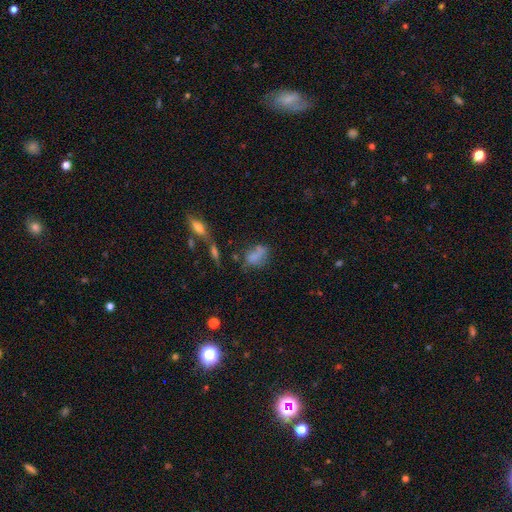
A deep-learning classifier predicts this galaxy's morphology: This is likely a smooth galaxy (64%). How rounded: likely in between (77%). Merging: marginally none (40%).